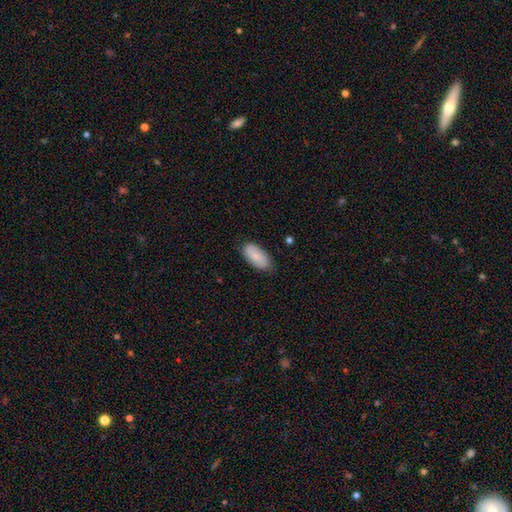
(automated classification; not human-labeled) Morphology: type=smooth (77%); roundness=in between (93%); merging=none (80%).